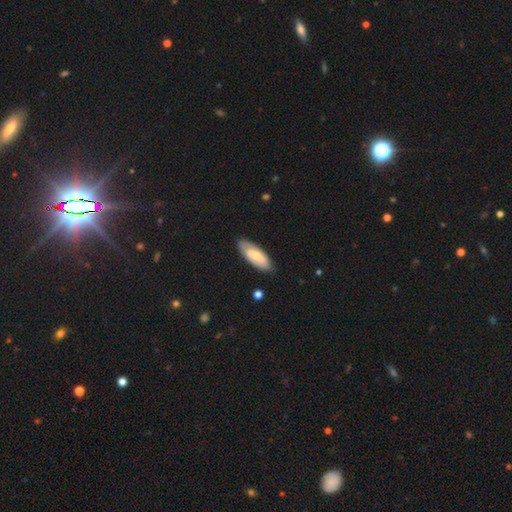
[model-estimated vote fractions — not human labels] This is possibly a smooth galaxy (48%). Merging: clearly none (83%).